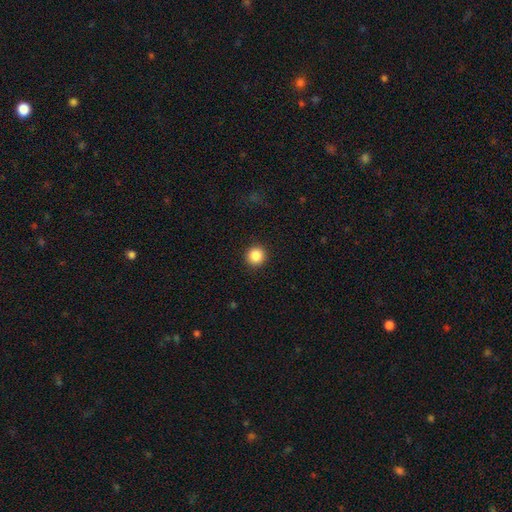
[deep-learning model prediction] smooth_or_featured: smooth (p=0.86) [alt: star or artifact p=0.10]
how_rounded: round (p=0.95) [alt: in between p=0.05]
merging: none (p=0.92) [alt: minor disturbance p=0.05]